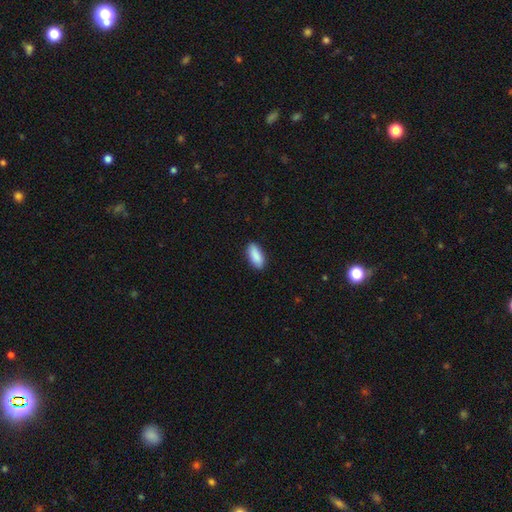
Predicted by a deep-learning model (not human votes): A smooth galaxy with no disk features (90%) that is in between round and cigar-shaped (83%). Merging: none (88%).